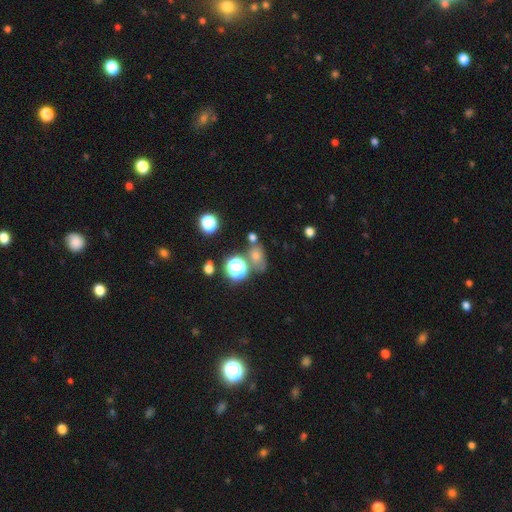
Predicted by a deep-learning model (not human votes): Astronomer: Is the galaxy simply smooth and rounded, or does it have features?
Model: star or artifact — 45% (runner-up: smooth, 40%).